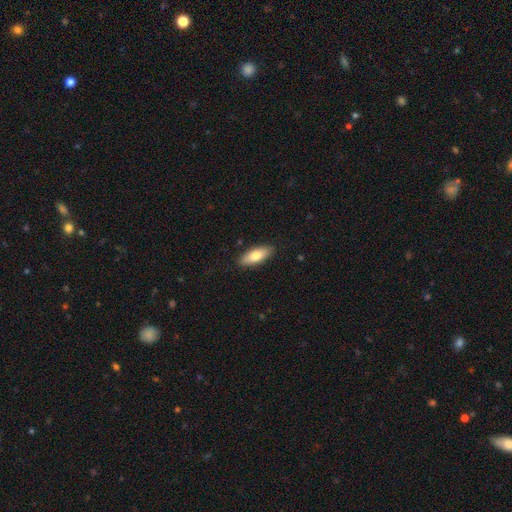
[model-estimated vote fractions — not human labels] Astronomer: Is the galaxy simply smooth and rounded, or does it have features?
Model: smooth — 76%.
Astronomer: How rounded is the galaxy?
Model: in between — 76%.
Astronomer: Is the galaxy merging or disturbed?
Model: none — 88%.